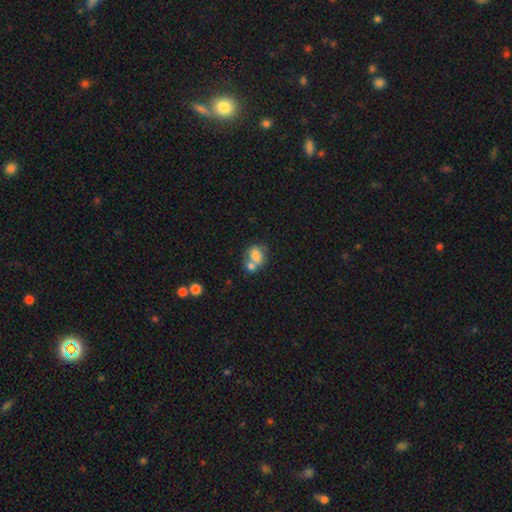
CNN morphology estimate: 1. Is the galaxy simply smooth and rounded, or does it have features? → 75% smooth, 15% featured or disk, 10% star or artifact.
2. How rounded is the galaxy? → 58% in between, 40% round, 1% cigar-shaped.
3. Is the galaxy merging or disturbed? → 53% merger, 31% none, 11% minor disturbance, 5% major disturbance.